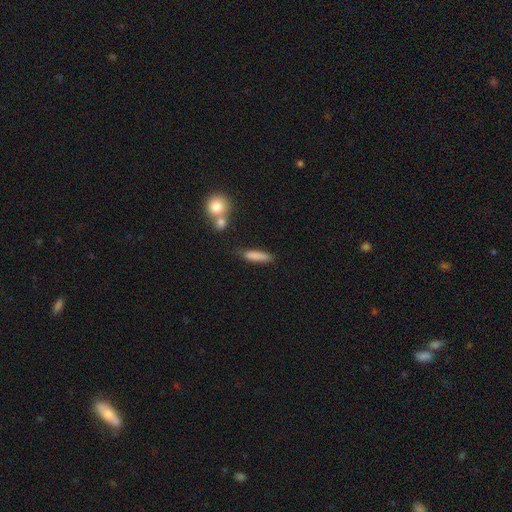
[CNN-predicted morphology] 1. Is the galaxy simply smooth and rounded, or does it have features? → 81% smooth, 11% featured or disk, 7% star or artifact.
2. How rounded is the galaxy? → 78% cigar-shaped, 20% in between, 2% round.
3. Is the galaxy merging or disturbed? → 69% none, 18% minor disturbance, 8% merger, 5% major disturbance.